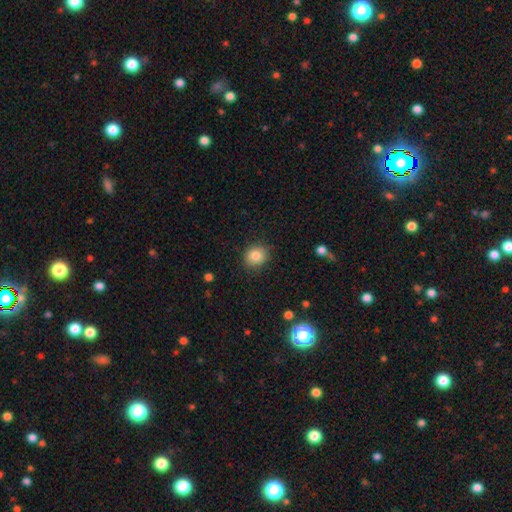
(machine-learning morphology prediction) Smooth or featured?
  - smooth: 83% *
  - star or artifact: 10%
  - featured or disk: 7%
How rounded?
  - round: 77% *
  - in between: 22%
  - cigar-shaped: 1%
Merging?
  - none: 86% *
  - minor disturbance: 10%
  - major disturbance: 2%
  - merger: 1%